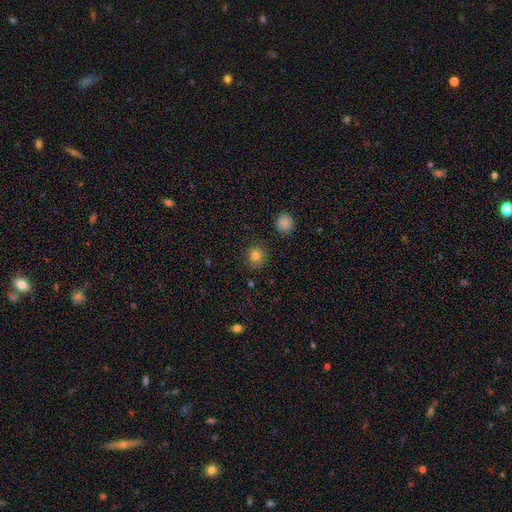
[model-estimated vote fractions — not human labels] smooth 80%, star or artifact 13%, featured or disk 7%. Down the decision tree: how rounded — round (89%); merging — none (88%).